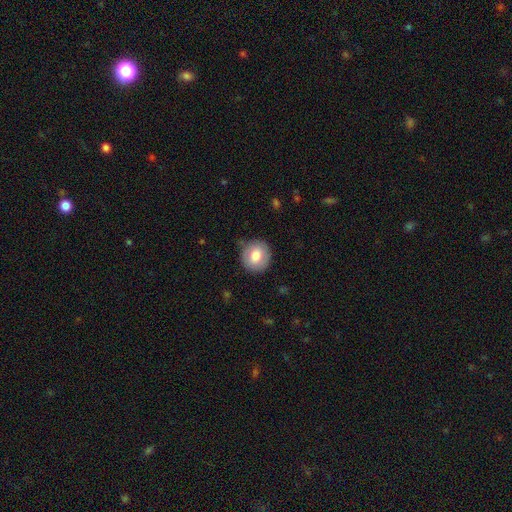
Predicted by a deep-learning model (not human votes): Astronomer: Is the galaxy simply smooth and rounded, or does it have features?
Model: smooth — 77%.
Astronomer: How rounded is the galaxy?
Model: round — 88%.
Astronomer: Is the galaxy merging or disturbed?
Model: none — 82%.